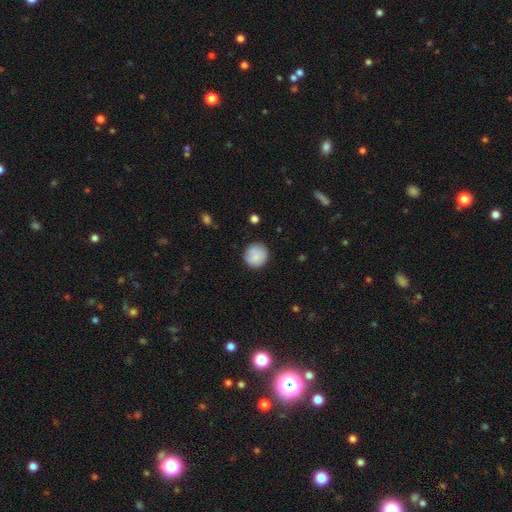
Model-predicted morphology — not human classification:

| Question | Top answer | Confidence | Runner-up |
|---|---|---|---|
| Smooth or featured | smooth | 83% | featured or disk (10%) |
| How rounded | round | 91% | in between (8%) |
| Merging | none | 81% | minor disturbance (13%) |